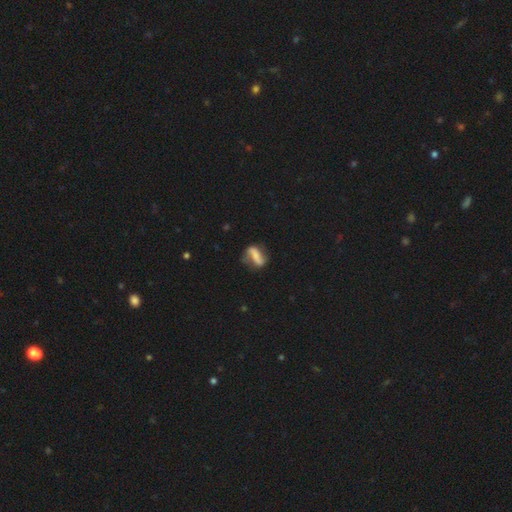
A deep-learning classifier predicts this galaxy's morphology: The model was most divided on "smooth or featured": featured or disk: 56%, smooth: 36%, star or artifact: 8%. Remaining: edge-on disk — no (91%); spiral arms — yes (79%); merging — none (62%); bar — strong (57%); bulge size — none (49%).